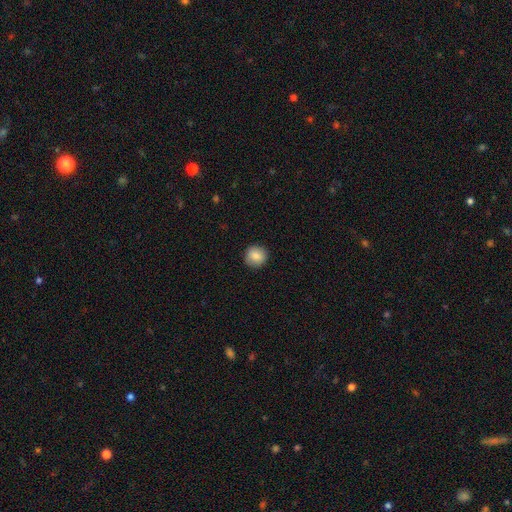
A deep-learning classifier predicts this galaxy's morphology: This is clearly a smooth galaxy (83%). How rounded: clearly round (92%). Merging: clearly none (90%).